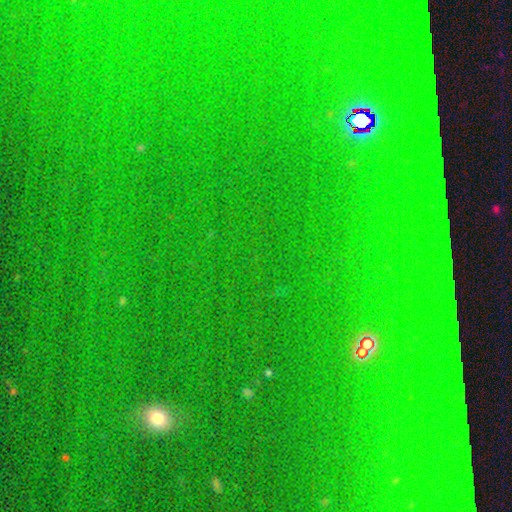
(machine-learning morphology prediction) Smooth or featured? Predicted: star or artifact (p=0.76).